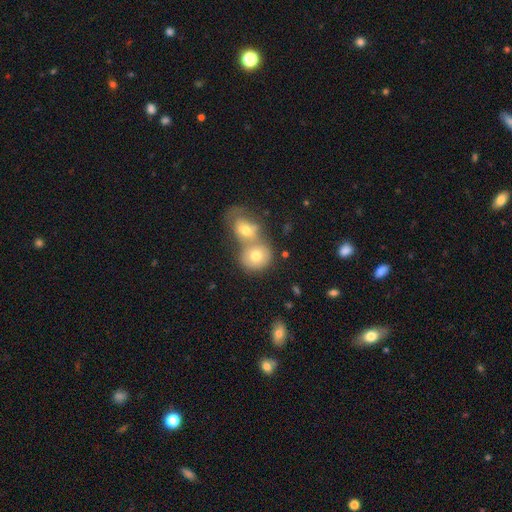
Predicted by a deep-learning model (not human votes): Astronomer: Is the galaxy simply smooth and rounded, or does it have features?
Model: smooth — 69%.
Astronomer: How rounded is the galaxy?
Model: round — 72%.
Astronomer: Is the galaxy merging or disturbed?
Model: merger — 58%.